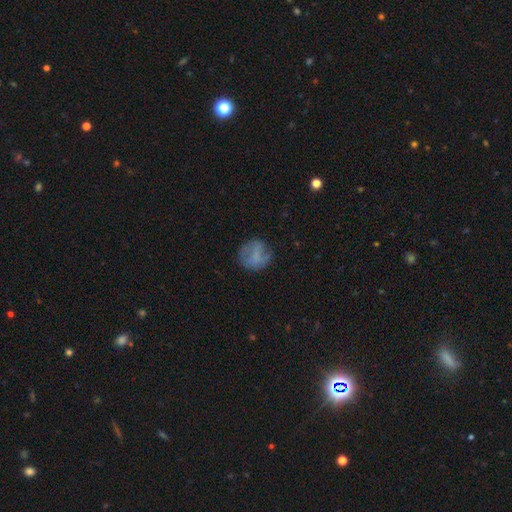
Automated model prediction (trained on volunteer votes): The model was most divided on "smooth or featured": smooth: 60%, featured or disk: 30%, star or artifact: 10%. More confident: how rounded — round (82%); merging — none (67%).